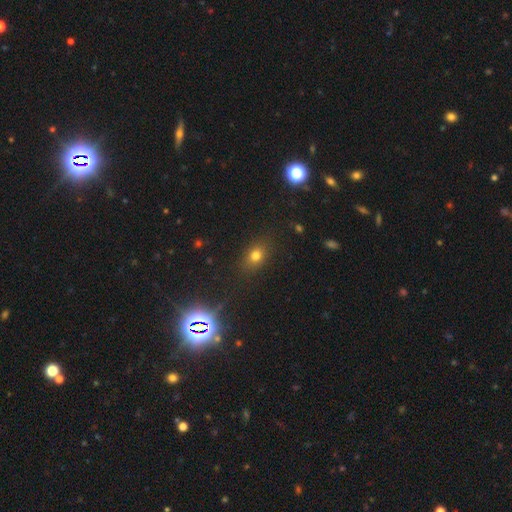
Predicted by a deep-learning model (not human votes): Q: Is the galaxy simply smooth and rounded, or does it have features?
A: smooth — 73%.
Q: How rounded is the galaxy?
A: in between — 55%.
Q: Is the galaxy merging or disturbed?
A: none — 83%.